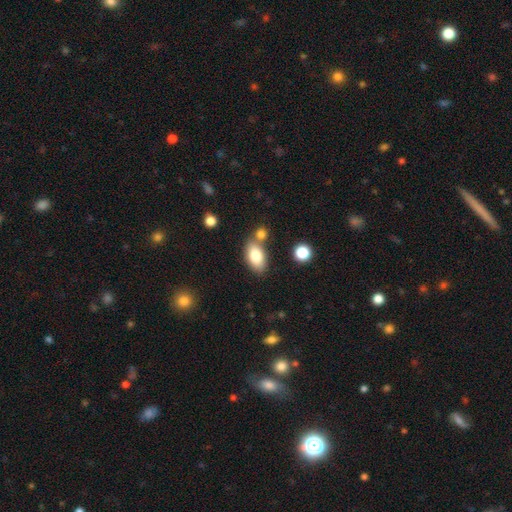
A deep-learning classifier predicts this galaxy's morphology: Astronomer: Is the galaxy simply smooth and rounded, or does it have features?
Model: smooth — 81%.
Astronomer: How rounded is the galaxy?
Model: in between — 91%.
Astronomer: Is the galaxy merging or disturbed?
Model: none — 63%.